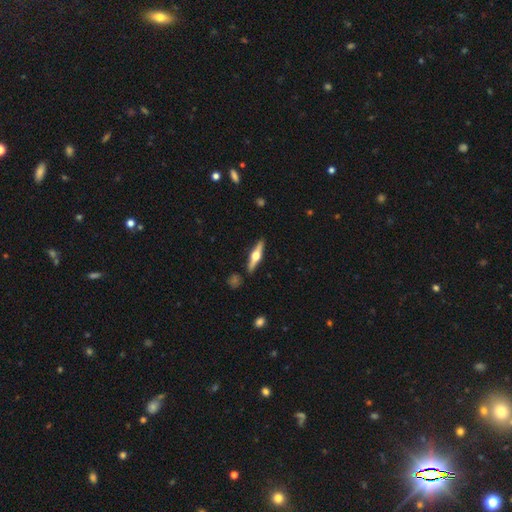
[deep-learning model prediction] Smooth or featured? Predicted: featured or disk (p=0.71). Edge-on disk? Predicted: yes (p=0.97). Edge-on bulge? Predicted: rounded (p=0.96). Merging? Predicted: none (p=0.90).